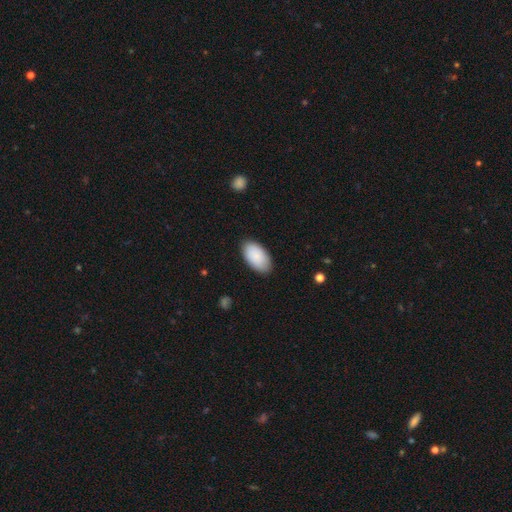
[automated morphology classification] smooth-or-featured: smooth: 90% | star or artifact: 6% | featured or disk: 5%
  how-rounded: in between: 96% | round: 3% | cigar-shaped: 1%
  merging: none: 87% | minor disturbance: 10% | major disturbance: 2% | merger: 1%